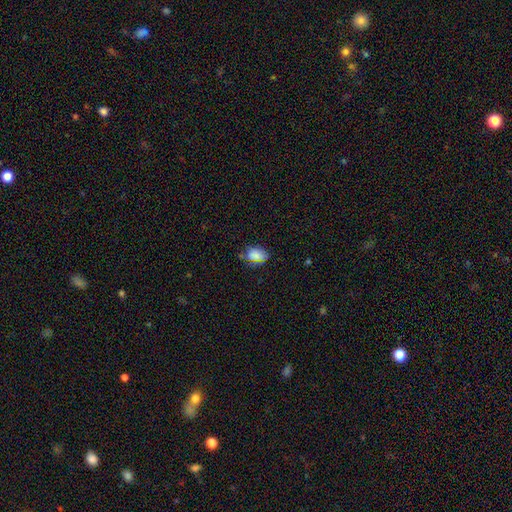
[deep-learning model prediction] Smooth or featured? Predicted: smooth (p=0.74). How rounded? Predicted: in between (p=0.74). Merging? Predicted: none (p=0.74).